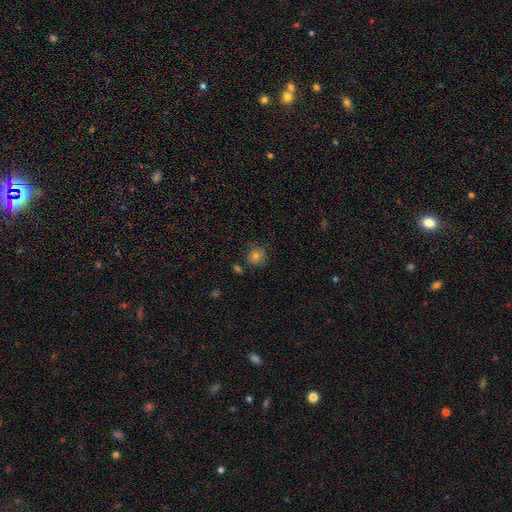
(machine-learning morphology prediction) This appears to be a smooth galaxy with no disk features (75%) that is round (92%). Merging: none (80%).